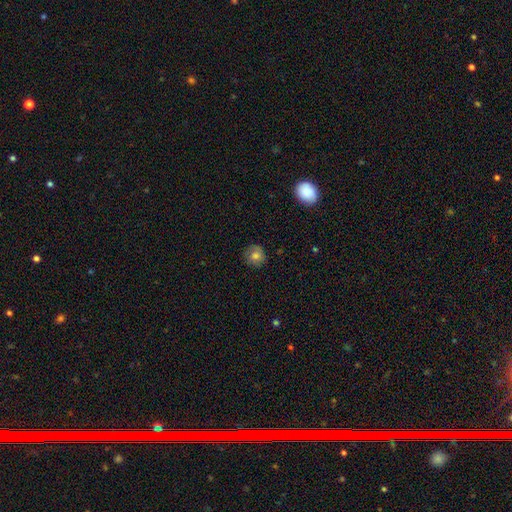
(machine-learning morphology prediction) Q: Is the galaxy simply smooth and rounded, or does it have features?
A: smooth — 78%.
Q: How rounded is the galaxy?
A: round — 90%.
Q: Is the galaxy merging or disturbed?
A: none — 84%.